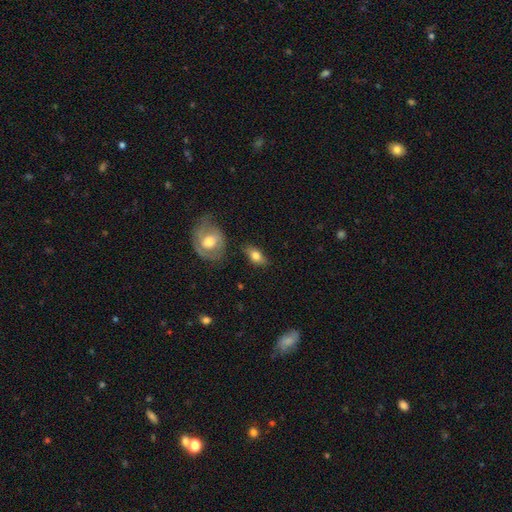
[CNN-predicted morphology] Smooth or featured? smooth (71%)
How rounded? in between (83%)
Merging? none (75%)